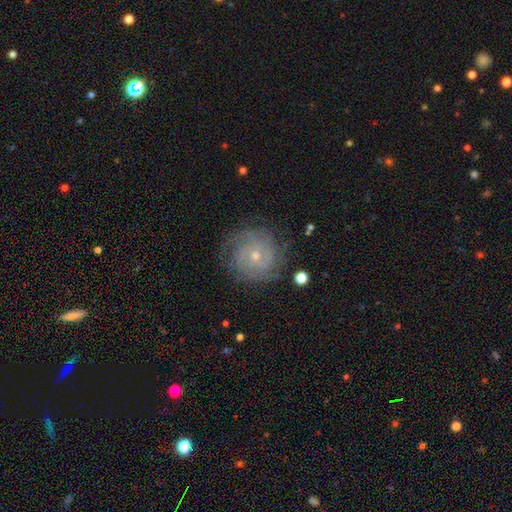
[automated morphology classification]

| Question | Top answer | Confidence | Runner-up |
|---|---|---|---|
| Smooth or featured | featured or disk | 81% | smooth (12%) |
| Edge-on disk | no | 98% | yes (2%) |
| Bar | no | 72% | weak (24%) |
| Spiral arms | yes | 94% | no (6%) |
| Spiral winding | tight | 73% | medium (21%) |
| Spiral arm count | can't tell | 34% | 2 (23%) |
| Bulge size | small | 59% | moderate (38%) |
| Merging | none | 78% | minor disturbance (15%) |